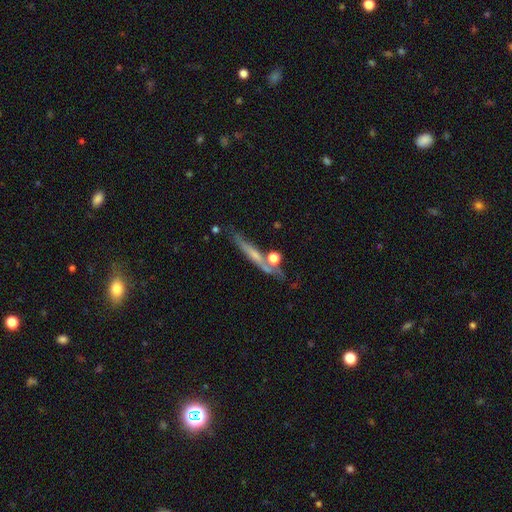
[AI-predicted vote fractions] Smooth or featured? Predicted: featured or disk (p=0.56). Edge-on disk? Predicted: yes (p=0.88). Merging? Predicted: none (p=0.66).